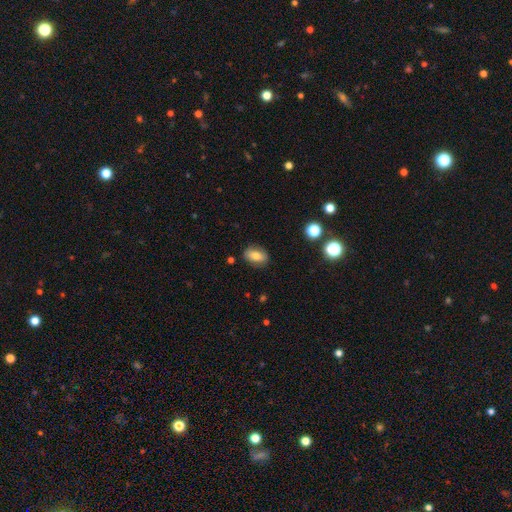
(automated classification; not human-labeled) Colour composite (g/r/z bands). It shows a smooth galaxy with no disk features (72%) that is in between round and cigar-shaped (82%). Merging: none (83%).